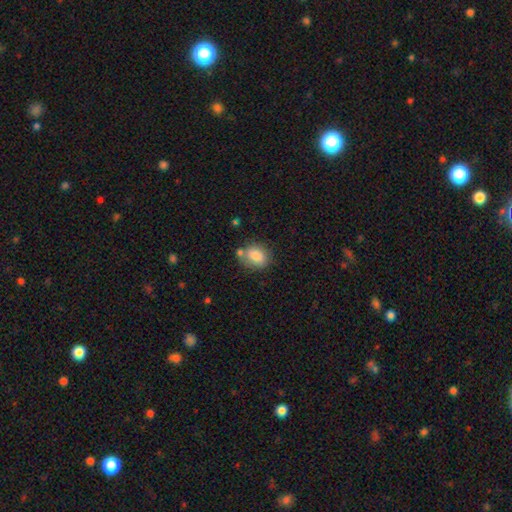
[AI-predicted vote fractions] This appears to be a smooth galaxy with no disk features (84%) that is in between round and cigar-shaped (63%). Merging: none (64%).